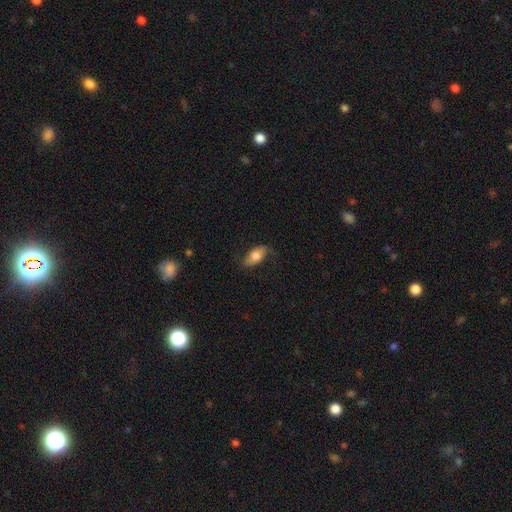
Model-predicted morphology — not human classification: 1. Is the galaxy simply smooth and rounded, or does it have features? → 61% smooth, 32% featured or disk, 7% star or artifact.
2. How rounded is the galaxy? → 84% in between, 10% cigar-shaped, 6% round.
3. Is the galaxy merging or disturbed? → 67% none, 22% minor disturbance, 9% major disturbance, 1% merger.